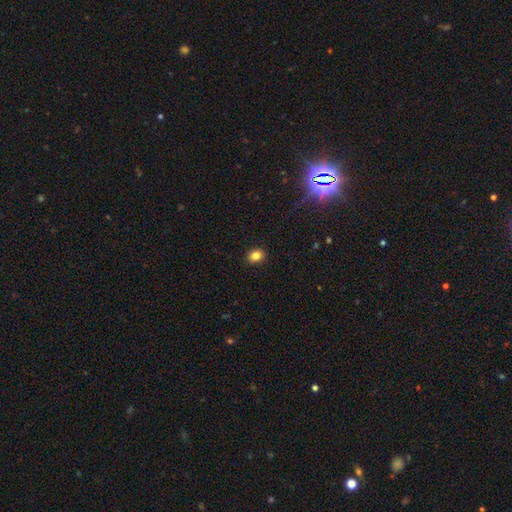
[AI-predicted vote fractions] Q: Smooth or featured?
A: smooth (83%); runner-up: star or artifact (11%)
Q: How rounded?
A: round (51%); runner-up: in between (48%)
Q: Merging?
A: none (91%); runner-up: minor disturbance (6%)